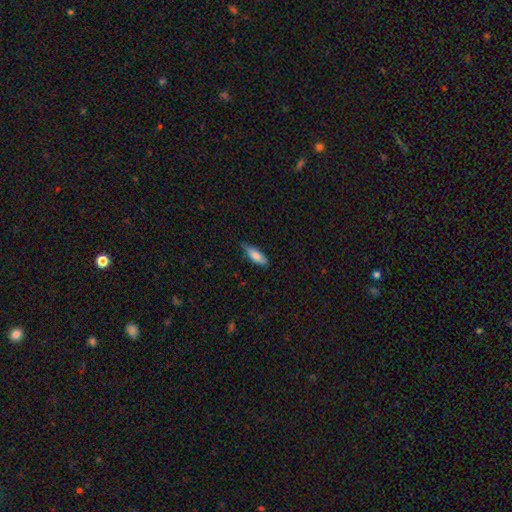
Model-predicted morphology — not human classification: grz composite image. It shows a smooth galaxy with no disk features (79%) that is in between round and cigar-shaped (53%). Merging: none (71%).